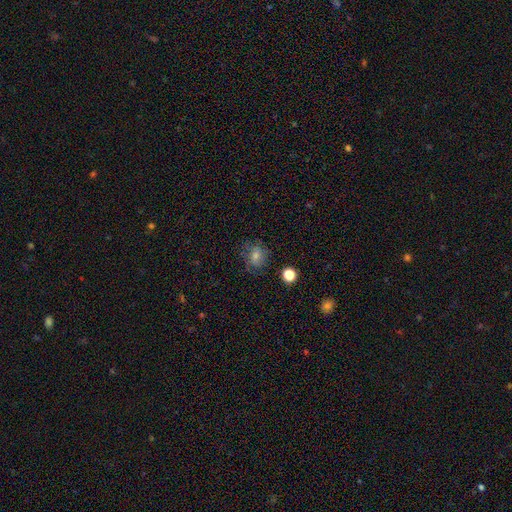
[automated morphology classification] This appears to be a smooth galaxy with no disk features (67%) that is round (62%). Merging: none (67%).